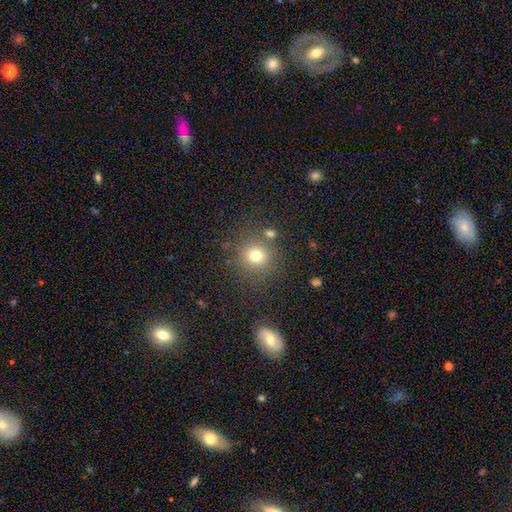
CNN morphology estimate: smooth 75%, star or artifact 16%, featured or disk 9%. Down the decision tree: how rounded — round (90%); merging — none (79%).